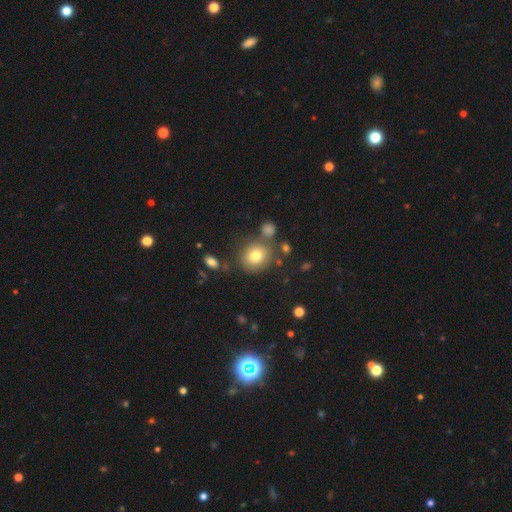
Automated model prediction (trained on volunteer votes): Q: Smooth or featured?
A: smooth (77%); runner-up: featured or disk (12%)
Q: How rounded?
A: round (79%); runner-up: in between (20%)
Q: Merging?
A: none (73%); runner-up: minor disturbance (13%)